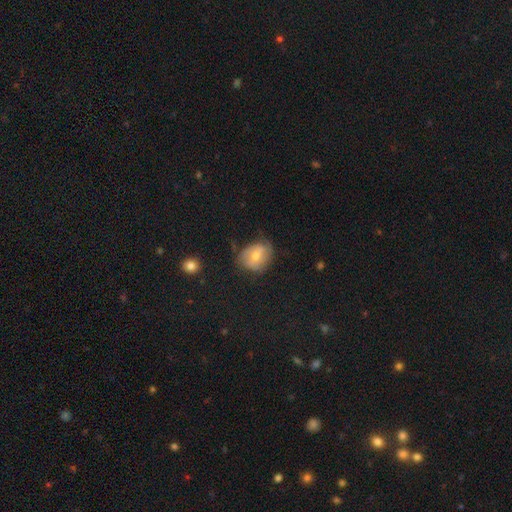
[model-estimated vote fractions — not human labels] Morphology: type=smooth (49%); merging=none (55%).